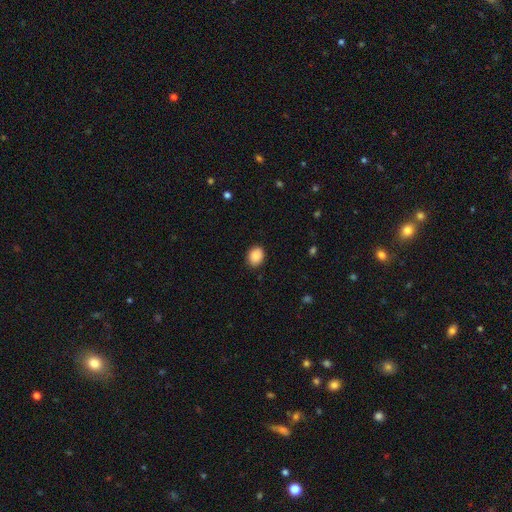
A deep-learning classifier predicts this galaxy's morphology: This appears to be a smooth galaxy with no disk features (88%) that is in between round and cigar-shaped (54%). Merging: none (88%).